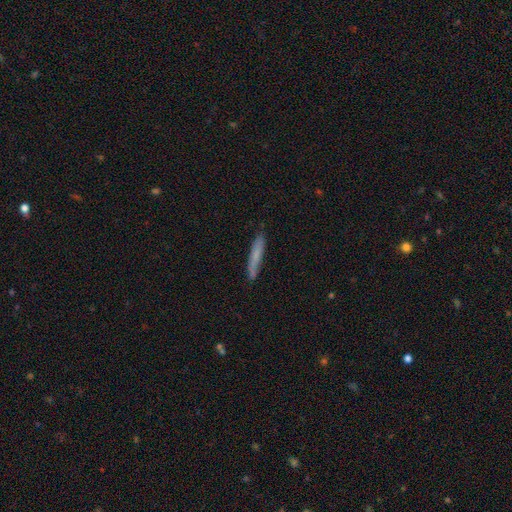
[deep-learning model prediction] smooth_or_featured: smooth (p=0.69) [alt: featured or disk p=0.25]
how_rounded: cigar-shaped (p=0.94) [alt: in between p=0.05]
merging: none (p=0.83) [alt: minor disturbance p=0.13]